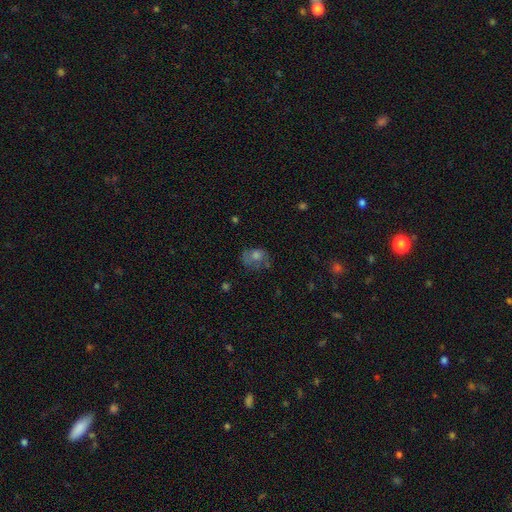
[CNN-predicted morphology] Q: Smooth or featured?
A: smooth (52%); runner-up: featured or disk (32%)
Q: How rounded?
A: in between (53%); runner-up: round (45%)
Q: Merging?
A: none (53%); runner-up: minor disturbance (26%)